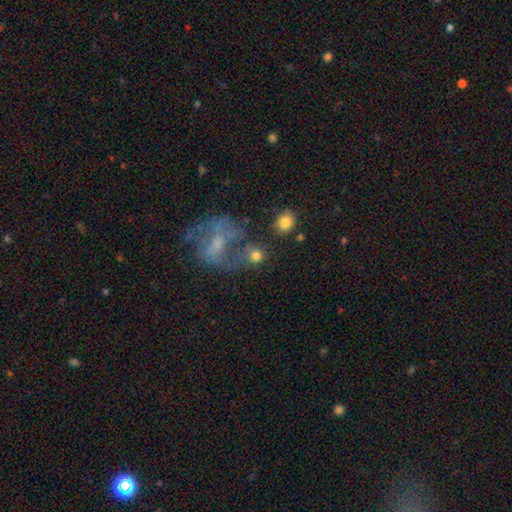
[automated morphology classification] smooth_or_featured: smooth (p=0.72) [alt: featured or disk p=0.14]
how_rounded: round (p=0.78) [alt: in between p=0.21]
merging: none (p=0.52) [alt: merger p=0.21]